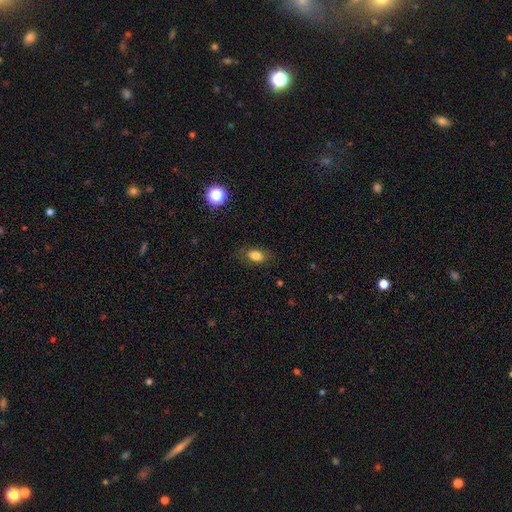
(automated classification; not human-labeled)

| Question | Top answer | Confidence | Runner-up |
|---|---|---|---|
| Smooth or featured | smooth | 80% | star or artifact (10%) |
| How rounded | in between | 85% | round (11%) |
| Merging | none | 80% | minor disturbance (14%) |